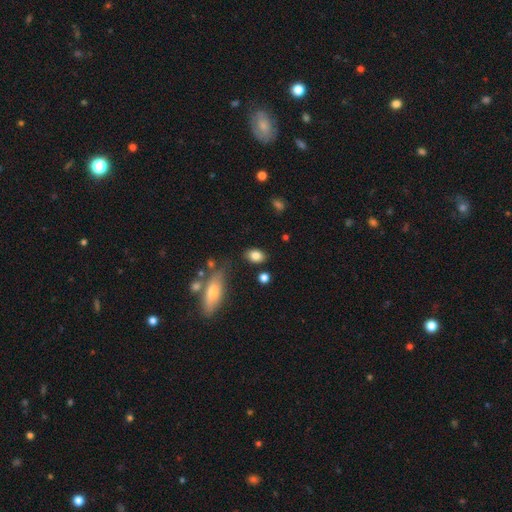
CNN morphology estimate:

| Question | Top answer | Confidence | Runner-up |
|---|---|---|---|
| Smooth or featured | smooth | 83% | featured or disk (9%) |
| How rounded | in between | 81% | round (17%) |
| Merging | none | 80% | minor disturbance (12%) |